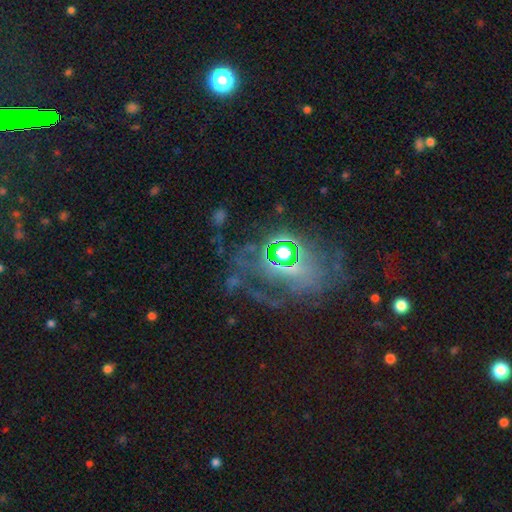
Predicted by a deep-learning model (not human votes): Smooth or featured?
  - star or artifact: 48% *
  - featured or disk: 33%
  - smooth: 19%